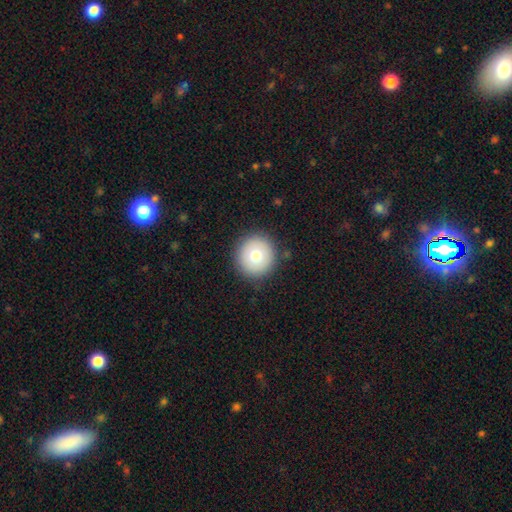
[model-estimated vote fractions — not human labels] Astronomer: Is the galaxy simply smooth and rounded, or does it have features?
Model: smooth — 74%.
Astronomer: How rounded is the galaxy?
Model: round — 95%.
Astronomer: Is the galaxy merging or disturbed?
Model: none — 89%.